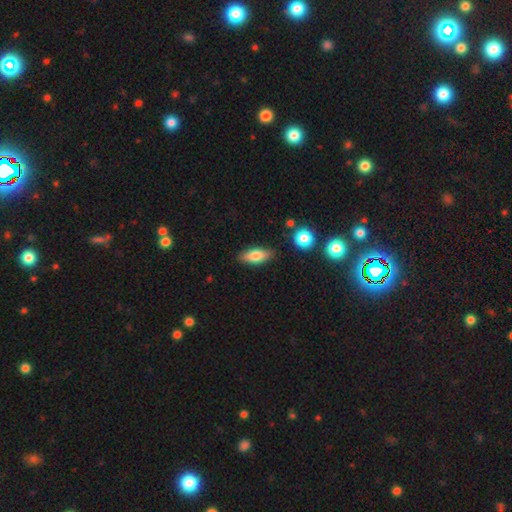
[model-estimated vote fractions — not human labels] Smooth or featured: smooth — 78% (featured or disk — 14%)
How rounded: in between — 79% (cigar-shaped — 17%)
Merging: none — 85% (minor disturbance — 10%)